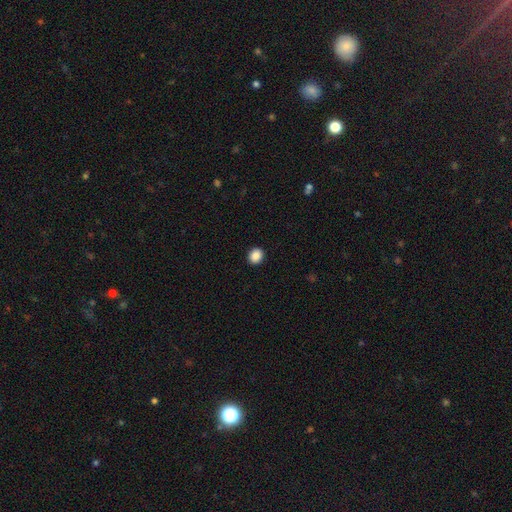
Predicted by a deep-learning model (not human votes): smooth-or-featured: smooth: 89% | star or artifact: 9% | featured or disk: 3%
  how-rounded: round: 67% | in between: 33% | cigar-shaped: 1%
  merging: none: 92% | minor disturbance: 5% | major disturbance: 2% | merger: 1%